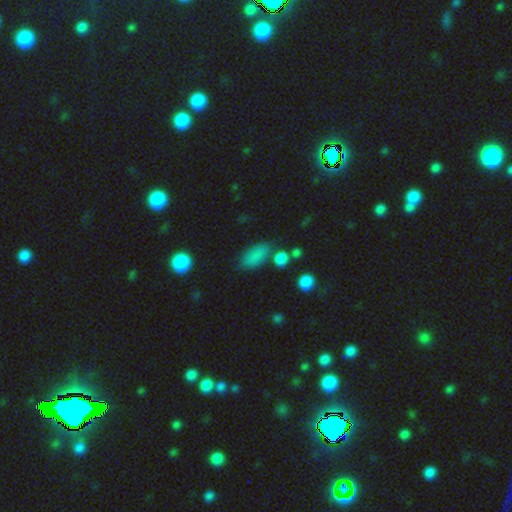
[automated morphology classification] Smooth or featured? Predicted: smooth (p=0.82). How rounded? Predicted: in between (p=0.86). Merging? Predicted: none (p=0.69).